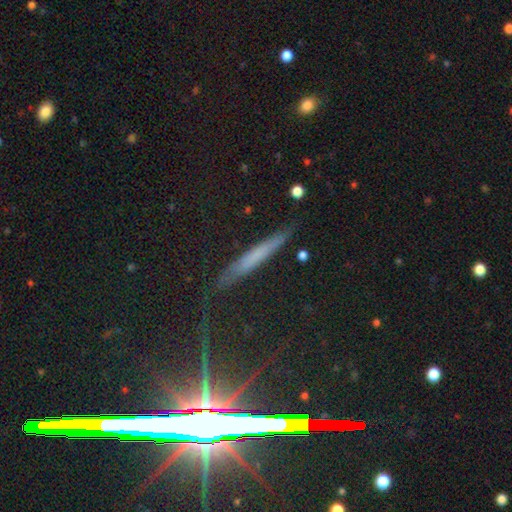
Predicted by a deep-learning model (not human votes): Smooth or featured?
  - smooth: 48% *
  - featured or disk: 36%
  - star or artifact: 17%
Merging?
  - none: 84% *
  - minor disturbance: 12%
  - major disturbance: 2%
  - merger: 2%